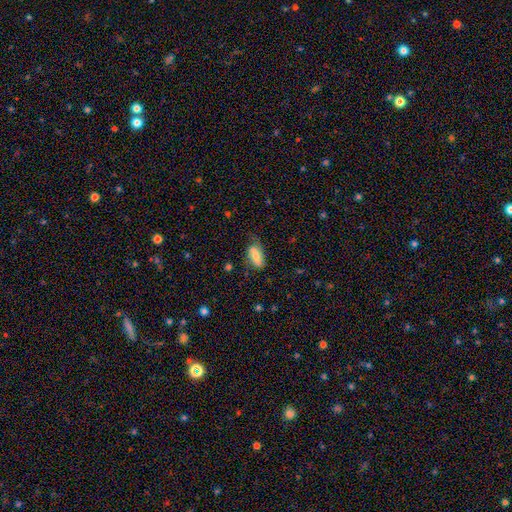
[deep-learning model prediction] The model was most divided on "merging": none: 54%, minor disturbance: 32%, major disturbance: 12%, merger: 2%. More confident: how rounded — in between (89%); smooth or featured — smooth (62%).